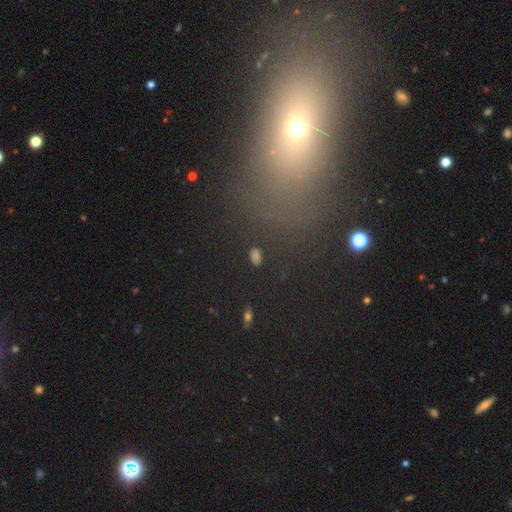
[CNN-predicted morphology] Smooth or featured? star or artifact (42%)